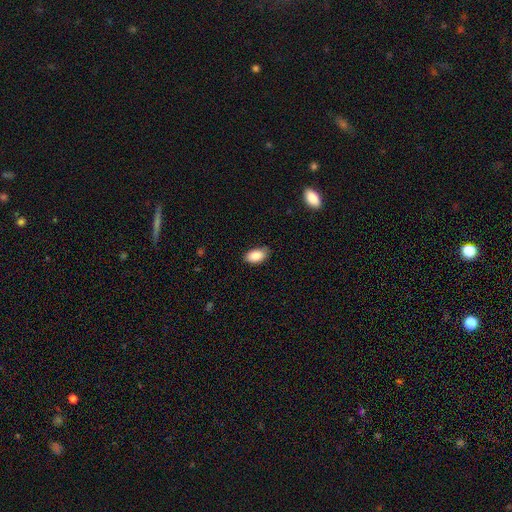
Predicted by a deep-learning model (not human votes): The model was most divided on "merging": none: 79%, minor disturbance: 18%, major disturbance: 3%, merger: 1%. More confident: how rounded — in between (93%); smooth or featured — smooth (87%).